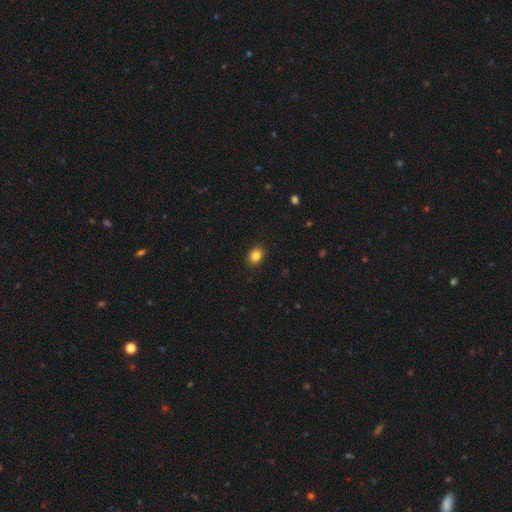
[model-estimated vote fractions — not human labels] Overall: smooth (85%). How rounded: in between (58%; round 41%). Merging: none (89%).